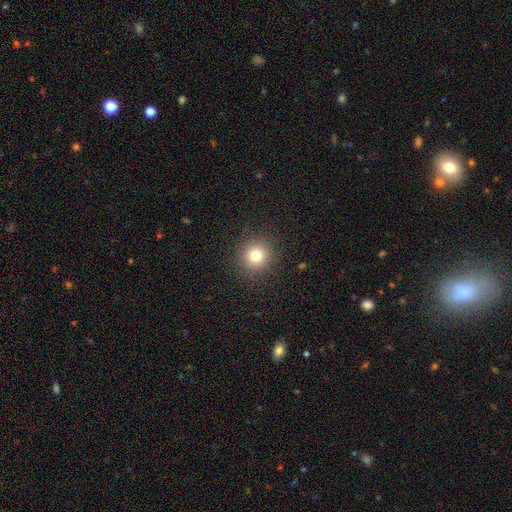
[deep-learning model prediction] Smooth or featured? smooth (80%)
How rounded? round (92%)
Merging? none (91%)